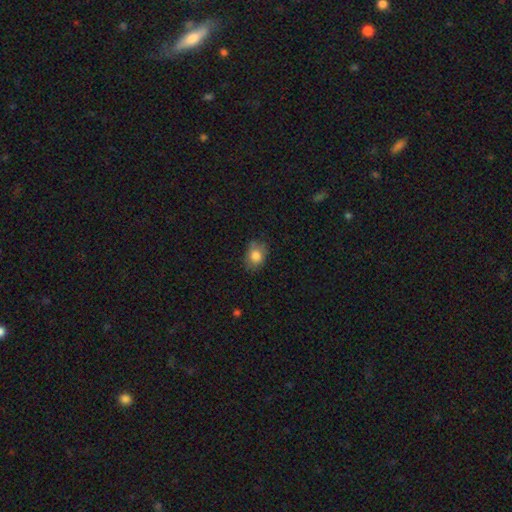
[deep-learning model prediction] A smooth galaxy with no disk features (80%) that is in between round and cigar-shaped (62%). Merging: none (70%).